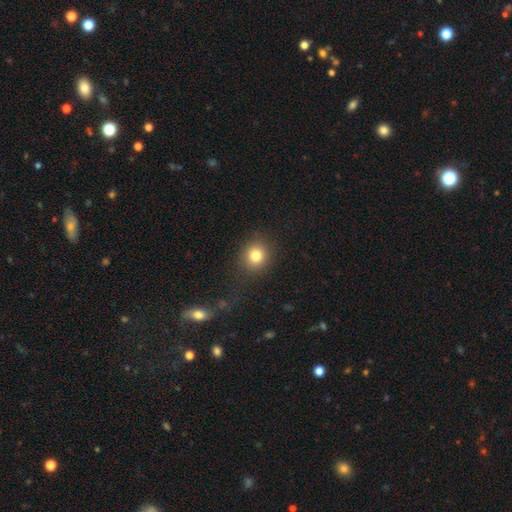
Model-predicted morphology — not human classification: smooth 81%, star or artifact 11%, featured or disk 7%. Down the decision tree: how rounded — round (82%); merging — none (84%).